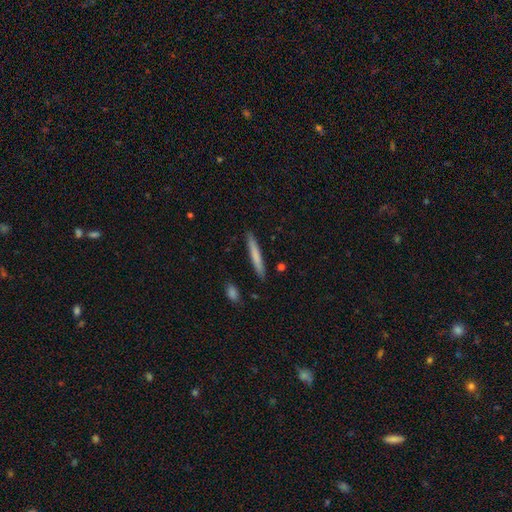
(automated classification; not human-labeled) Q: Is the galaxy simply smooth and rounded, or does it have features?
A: smooth — 74%.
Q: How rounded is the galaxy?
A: cigar-shaped — 96%.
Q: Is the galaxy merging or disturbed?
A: none — 90%.